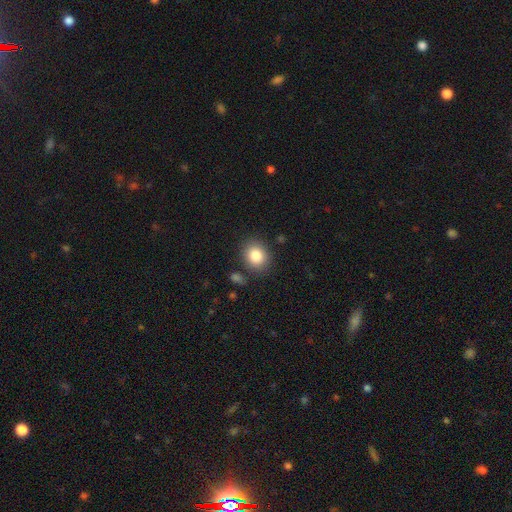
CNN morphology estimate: This appears to be a smooth galaxy with no disk features (85%) that is round (66%). Merging: none (83%).